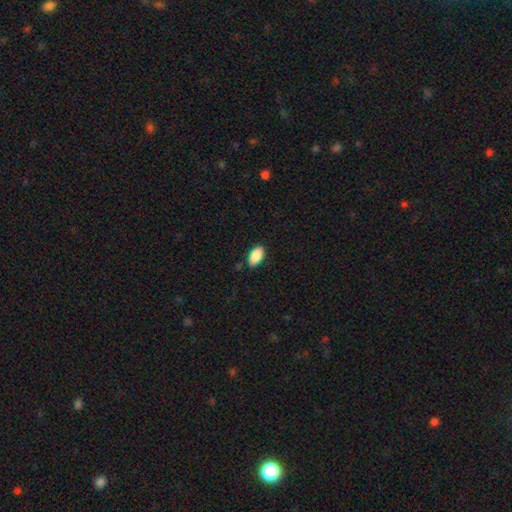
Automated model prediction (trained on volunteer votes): Smooth or featured: smooth — 90% (star or artifact — 7%)
How rounded: in between — 94% (round — 3%)
Merging: none — 84% (minor disturbance — 12%)